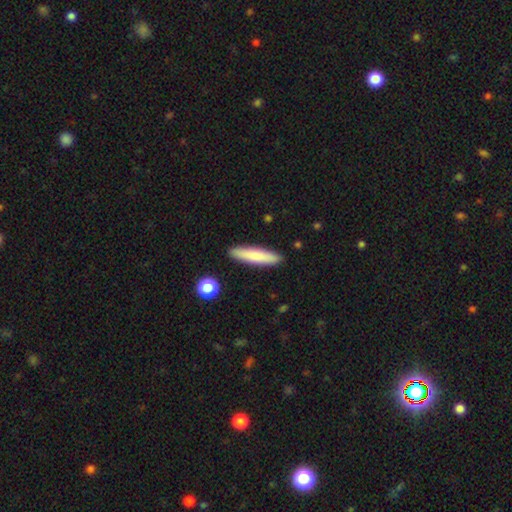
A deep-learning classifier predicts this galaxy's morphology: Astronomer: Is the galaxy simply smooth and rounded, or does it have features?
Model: smooth — 76%.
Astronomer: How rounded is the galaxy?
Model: cigar-shaped — 84%.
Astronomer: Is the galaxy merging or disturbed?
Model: none — 90%.